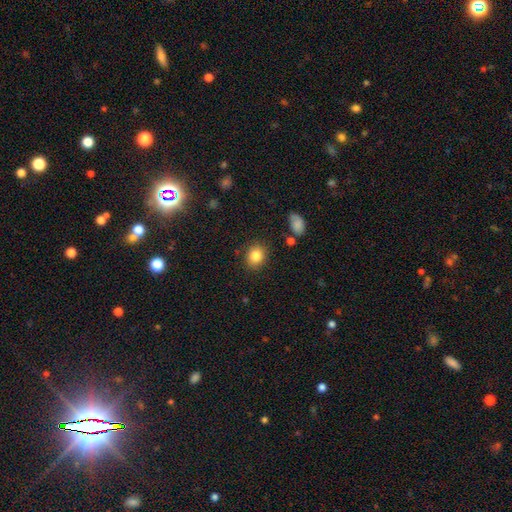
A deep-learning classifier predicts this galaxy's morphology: This appears to be a smooth galaxy with no disk features (84%) that is round (61%). Merging: none (86%).